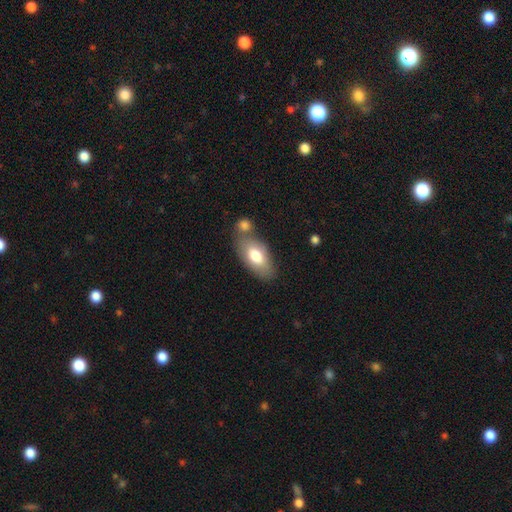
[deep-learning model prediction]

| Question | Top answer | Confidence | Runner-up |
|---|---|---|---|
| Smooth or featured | smooth | 73% | featured or disk (21%) |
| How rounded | in between | 91% | cigar-shaped (5%) |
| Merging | none | 56% | merger (25%) |